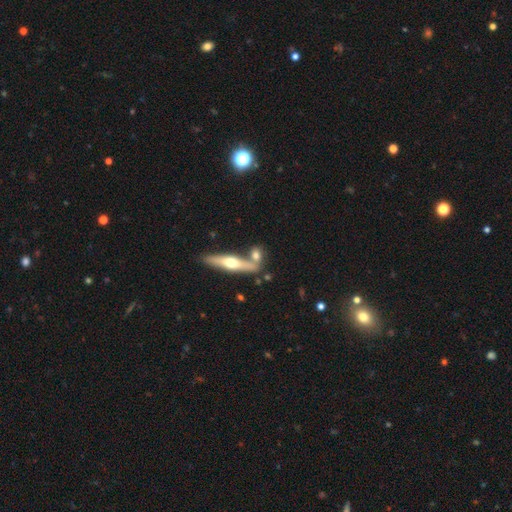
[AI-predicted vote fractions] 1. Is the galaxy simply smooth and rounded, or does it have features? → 53% smooth, 40% featured or disk, 7% star or artifact.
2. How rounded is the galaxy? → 44% cigar-shaped, 40% in between, 15% round.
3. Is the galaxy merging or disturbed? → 54% none, 31% merger, 10% minor disturbance, 4% major disturbance.